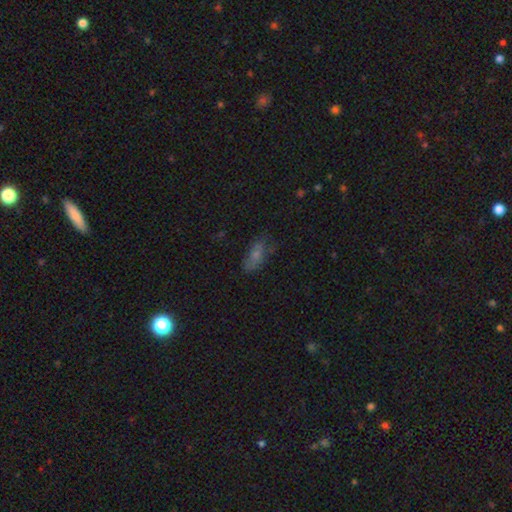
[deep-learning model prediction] This is possibly a smooth galaxy (57%). How rounded: likely in between (72%). Merging: likely none (66%).